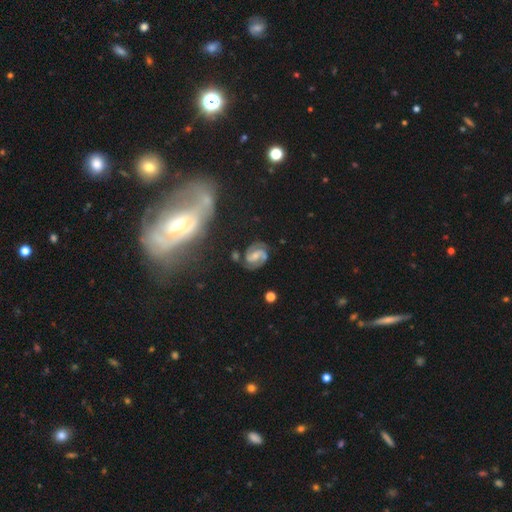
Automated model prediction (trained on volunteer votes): This is clearly a featured or disk galaxy (88%). It is clearly not viewed edge-on (98%). Bar: possibly weak (50%). Spiral arm pattern: clearly yes (98%). Spiral arm count: clearly 2 (92%). Spiral winding: possibly medium (53%). Central bulge: marginally small (44%). Merging: likely none (78%).